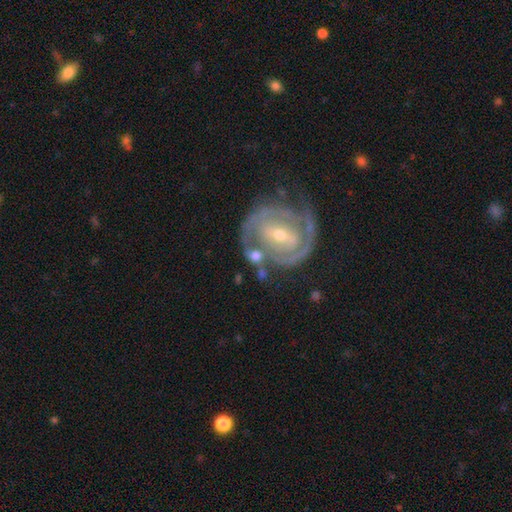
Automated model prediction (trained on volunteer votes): Overall: featured or disk (57%; smooth 36%). Edge-on disk: no (95%). Bar: no (44%; weak 36%). Spiral arms: yes (71%). Bulge size: moderate (55%; small 33%). Merging: none (48%; merger 26%).